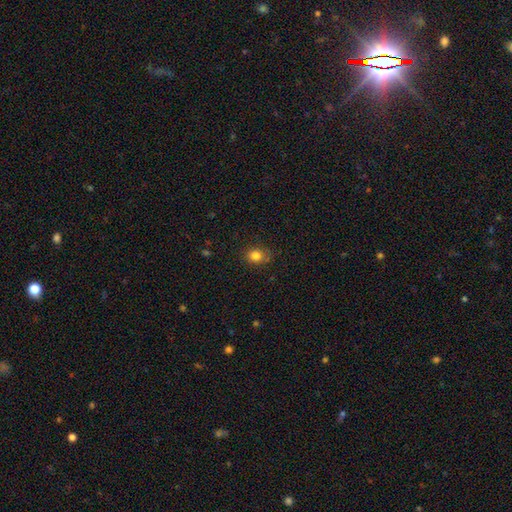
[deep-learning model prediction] smooth_or_featured: smooth (p=0.82) [alt: star or artifact p=0.11]
how_rounded: round (p=0.61) [alt: in between p=0.38]
merging: none (p=0.73) [alt: minor disturbance p=0.20]